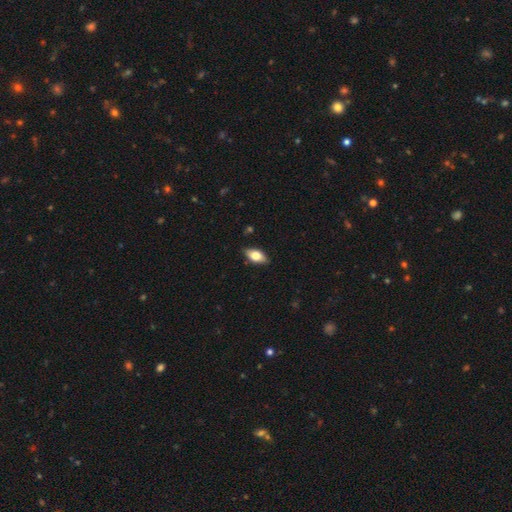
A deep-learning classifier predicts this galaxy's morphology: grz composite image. It shows a smooth galaxy with no disk features (69%) that is in between round and cigar-shaped (87%). Merging: none (85%).